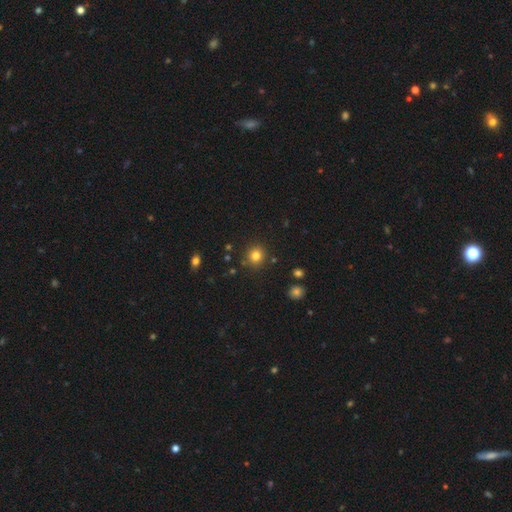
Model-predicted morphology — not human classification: Smooth or featured: smooth — 81% (star or artifact — 13%)
How rounded: round — 89% (in between — 10%)
Merging: none — 86% (minor disturbance — 8%)